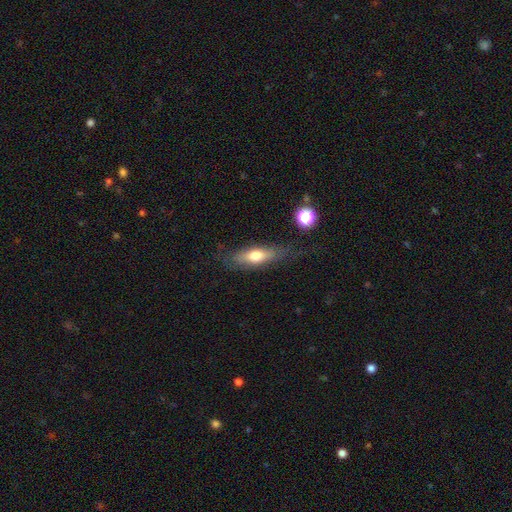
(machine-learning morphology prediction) This is likely a smooth galaxy (62%). How rounded: possibly in between (53%). Merging: likely none (70%).